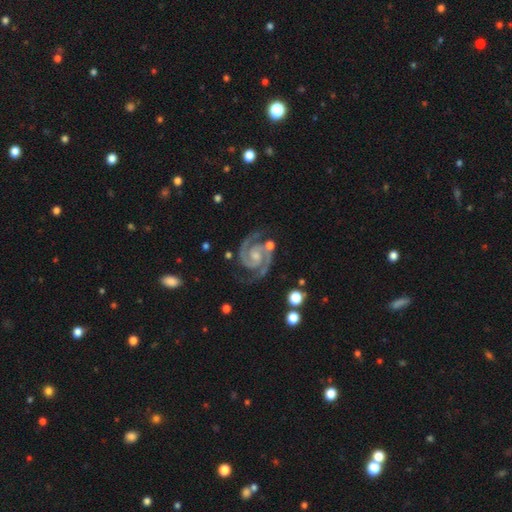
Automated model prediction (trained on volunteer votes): Q: Smooth or featured?
A: featured or disk (93%); runner-up: star or artifact (4%)
Q: Edge-on disk?
A: no (98%); runner-up: yes (2%)
Q: Bar?
A: no (58%); runner-up: weak (30%)
Q: Spiral arms?
A: yes (99%); runner-up: no (1%)
Q: Spiral winding?
A: tight (51%); runner-up: medium (44%)
Q: Spiral arm count?
A: 2 (94%); runner-up: 3 (2%)
Q: Bulge size?
A: small (46%); runner-up: moderate (38%)
Q: Merging?
A: none (75%); runner-up: minor disturbance (16%)